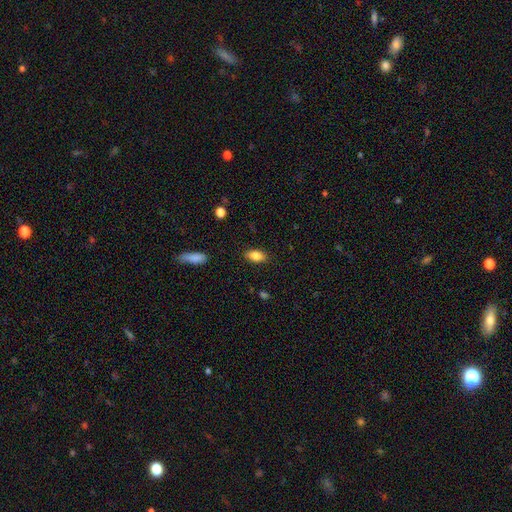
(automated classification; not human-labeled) Smooth or featured? Predicted: smooth (p=0.83). How rounded? Predicted: in between (p=0.89). Merging? Predicted: none (p=0.86).